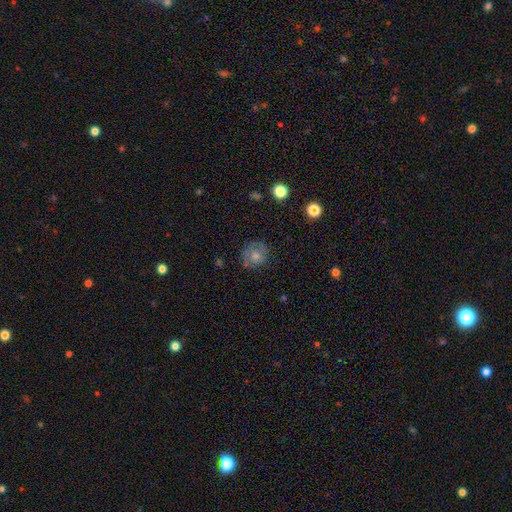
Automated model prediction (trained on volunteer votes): Q: Smooth or featured?
A: smooth (54%); runner-up: featured or disk (32%)
Q: How rounded?
A: round (83%); runner-up: in between (16%)
Q: Merging?
A: none (75%); runner-up: minor disturbance (17%)